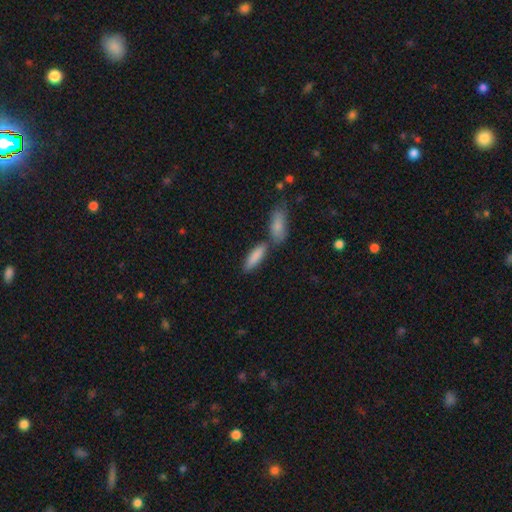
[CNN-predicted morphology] smooth_or_featured: smooth (p=0.77) [alt: featured or disk p=0.13]
how_rounded: cigar-shaped (p=0.52) [alt: in between p=0.45]
merging: none (p=0.57) [alt: merger p=0.30]